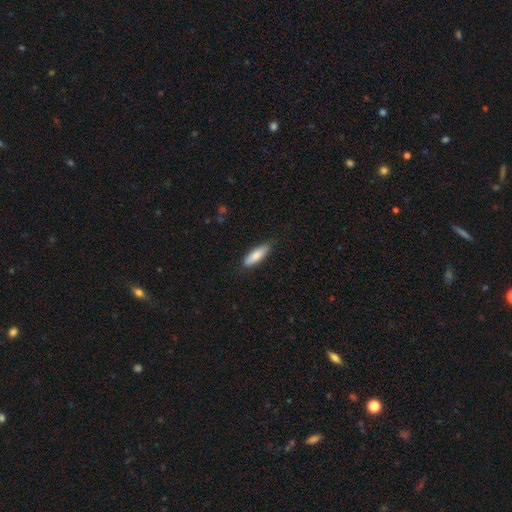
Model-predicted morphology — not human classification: smooth-or-featured: smooth: 83% | featured or disk: 12% | star or artifact: 6%
  how-rounded: in between: 53% | cigar-shaped: 45% | round: 2%
  merging: none: 82% | minor disturbance: 14% | major disturbance: 2% | merger: 1%